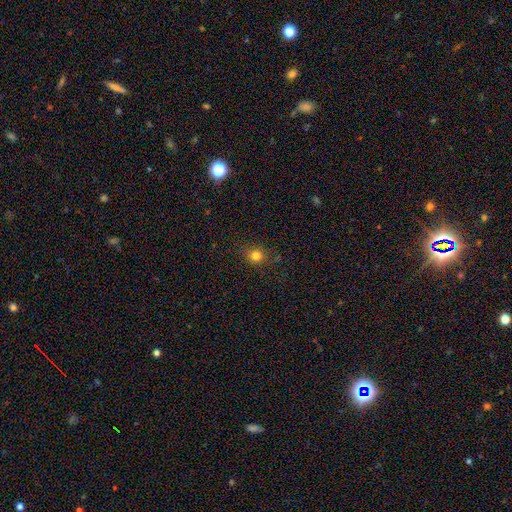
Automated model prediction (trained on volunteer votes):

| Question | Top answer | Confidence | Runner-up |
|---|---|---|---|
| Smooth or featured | smooth | 79% | star or artifact (15%) |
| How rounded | round | 84% | in between (15%) |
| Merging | none | 85% | minor disturbance (10%) |